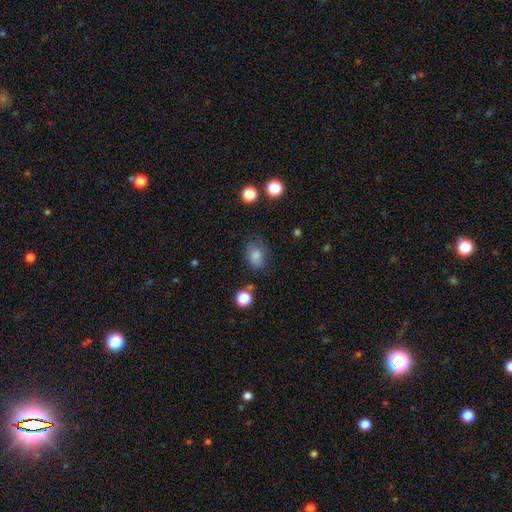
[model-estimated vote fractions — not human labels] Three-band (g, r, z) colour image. It shows a smooth galaxy with no disk features (79%) that is in between round and cigar-shaped (68%). Merging: none (66%).